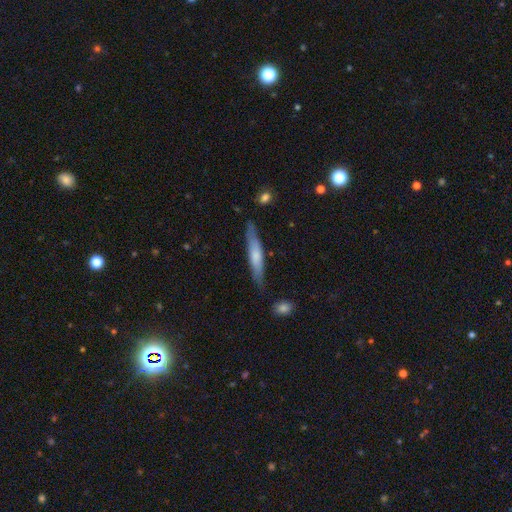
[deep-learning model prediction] Smooth or featured? smooth (58%)
How rounded? cigar-shaped (89%)
Merging? none (81%)